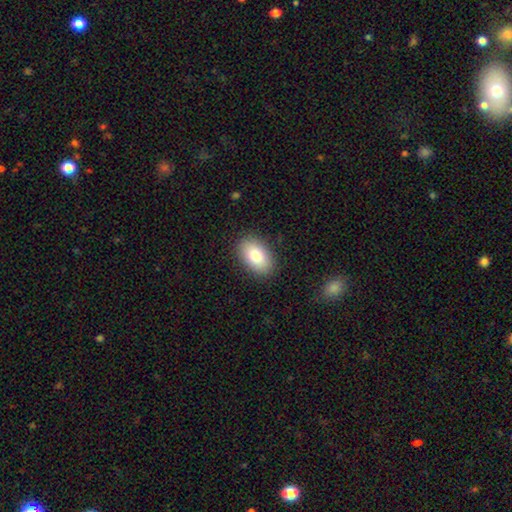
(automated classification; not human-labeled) The model was most divided on "smooth or featured": smooth: 81%, featured or disk: 12%, star or artifact: 8%. More confident: how rounded — in between (90%); merging — none (88%).